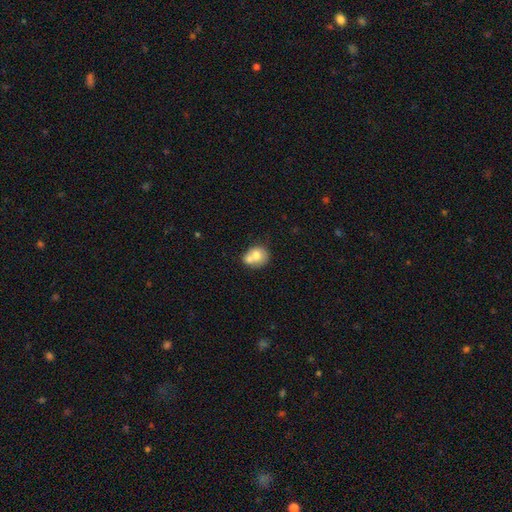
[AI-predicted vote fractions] Smooth or featured: smooth — 69% (featured or disk — 23%)
How rounded: round — 66% (in between — 33%)
Merging: merger — 55% (none — 31%)